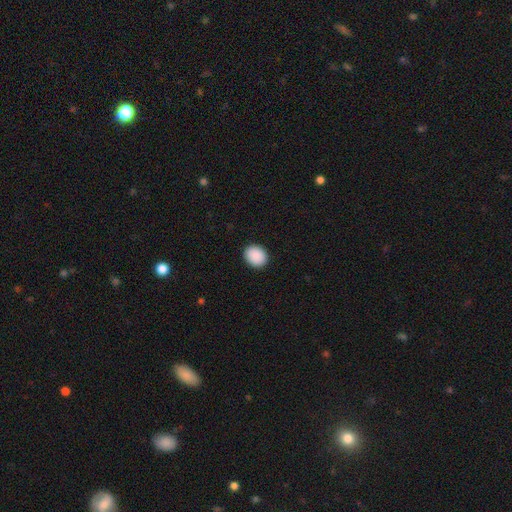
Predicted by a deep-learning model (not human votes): The model was most divided on "how rounded": round: 58%, in between: 41%, cigar-shaped: 1%. More confident: merging — none (91%); smooth or featured — smooth (91%).